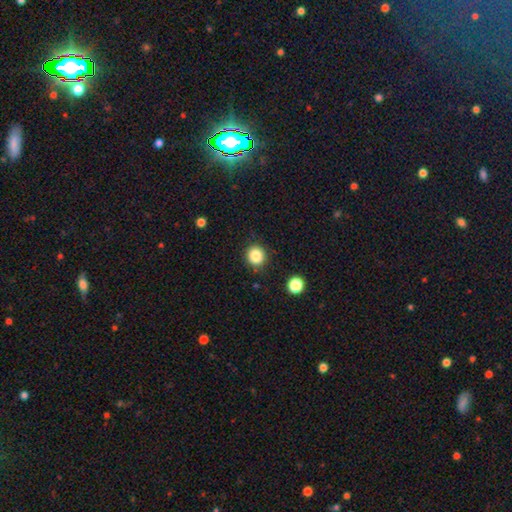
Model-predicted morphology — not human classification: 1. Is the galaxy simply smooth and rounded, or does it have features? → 85% smooth, 11% star or artifact, 4% featured or disk.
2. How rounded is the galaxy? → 88% round, 12% in between, 1% cigar-shaped.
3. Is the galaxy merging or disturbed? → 88% none, 7% minor disturbance, 2% major disturbance, 2% merger.